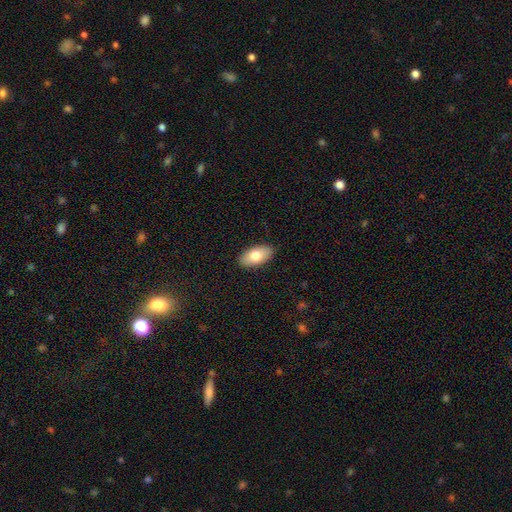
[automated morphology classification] Smooth or featured: smooth — 77% (featured or disk — 17%)
How rounded: in between — 94% (cigar-shaped — 3%)
Merging: none — 88% (minor disturbance — 9%)